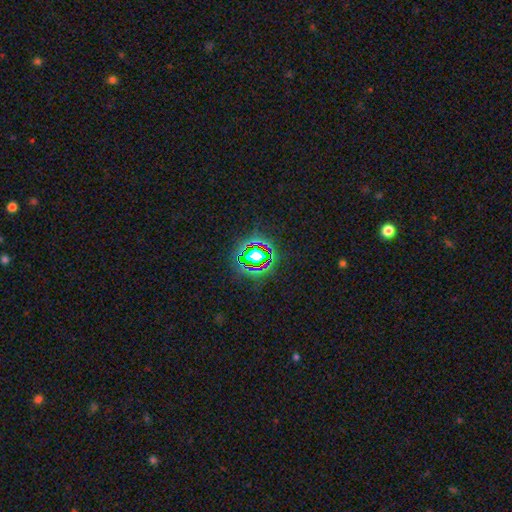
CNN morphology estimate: star or artifact 70%, smooth 18%, featured or disk 12%.